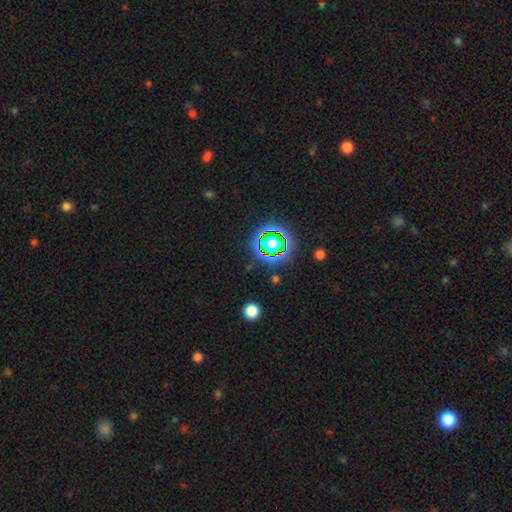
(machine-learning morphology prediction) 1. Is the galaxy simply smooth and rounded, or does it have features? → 78% star or artifact, 14% smooth, 7% featured or disk.